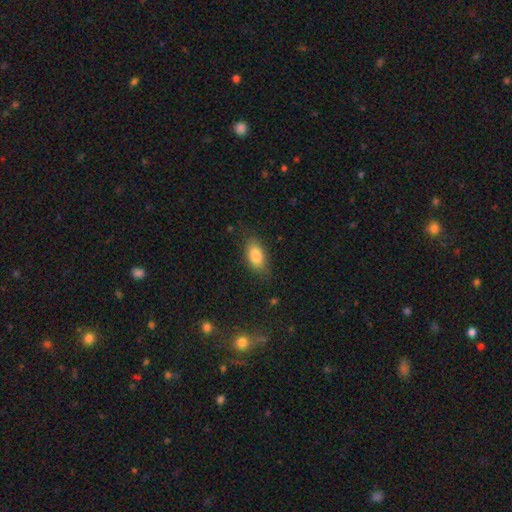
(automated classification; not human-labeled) This appears to be a smooth galaxy with no disk features (82%) that is in between round and cigar-shaped (88%). Merging: none (76%).